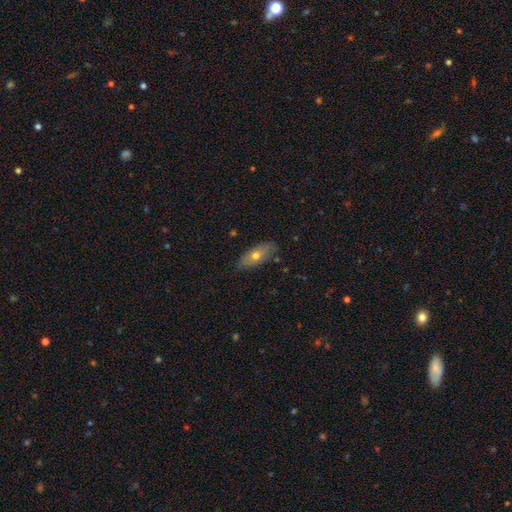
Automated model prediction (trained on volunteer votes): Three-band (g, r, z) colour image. It shows a smooth galaxy with no disk features (59%) that is in between round and cigar-shaped (78%). Merging: none (80%).